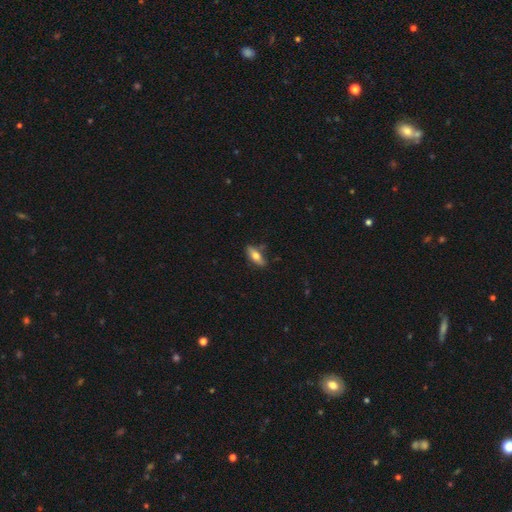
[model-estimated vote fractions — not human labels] A smooth galaxy with no disk features (71%) that is in between round and cigar-shaped (71%).

Vote fractions:
- Smooth or featured? smooth: 71% / featured or disk: 23% / star or artifact: 6%
- How rounded? in between: 71% / cigar-shaped: 26% / round: 3%
- Merging? none: 79% / minor disturbance: 15% / merger: 3% / major disturbance: 3%